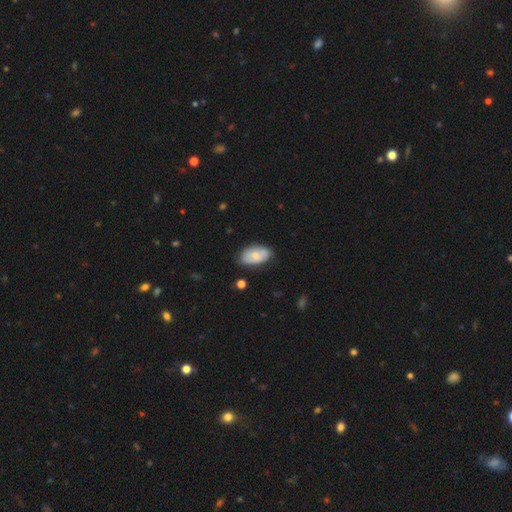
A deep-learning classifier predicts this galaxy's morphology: Overall: smooth (66%; featured or disk 28%). How rounded: in between (93%). Merging: none (71%).